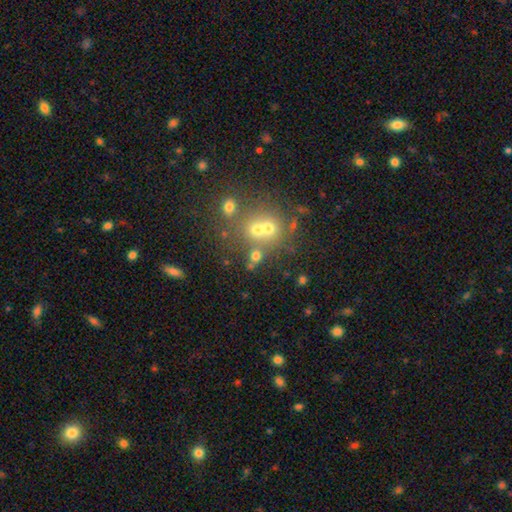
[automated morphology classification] This appears to be a smooth galaxy with no disk features (62%) that is round (72%). Merging: none (48%).